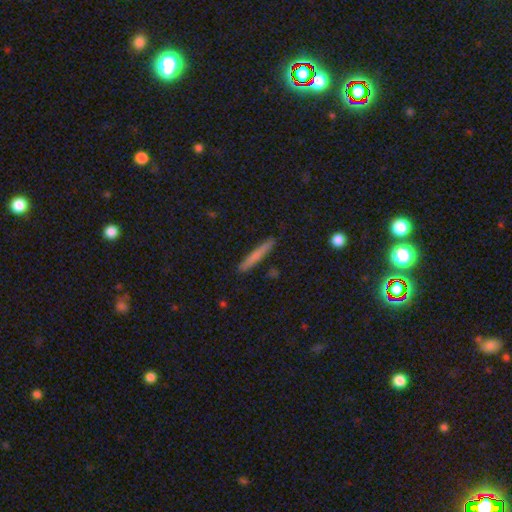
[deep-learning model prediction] The model was most divided on "smooth or featured": smooth: 71%, featured or disk: 23%, star or artifact: 6%. More confident: how rounded — cigar-shaped (95%); merging — none (88%).